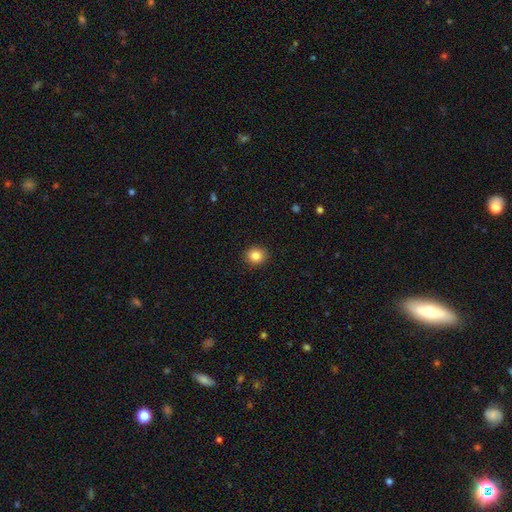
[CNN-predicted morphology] smooth_or_featured: smooth (p=0.85) [alt: star or artifact p=0.10]
how_rounded: round (p=0.81) [alt: in between p=0.18]
merging: none (p=0.91) [alt: minor disturbance p=0.06]